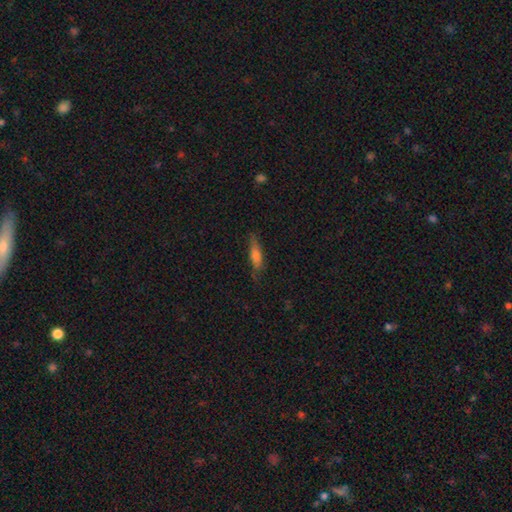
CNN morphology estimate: smooth_or_featured: smooth (p=0.61) [alt: featured or disk p=0.31]
how_rounded: cigar-shaped (p=0.69) [alt: in between p=0.28]
merging: none (p=0.73) [alt: minor disturbance p=0.20]